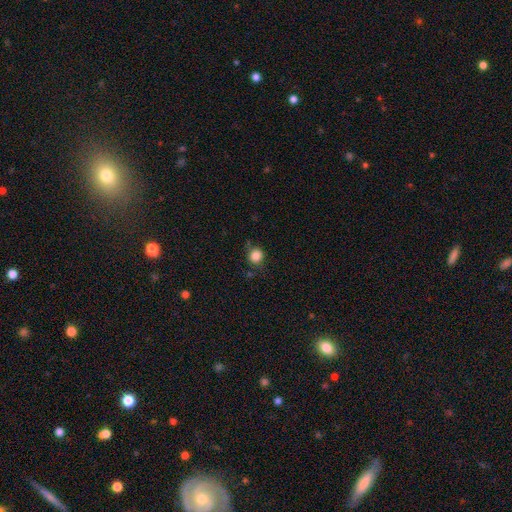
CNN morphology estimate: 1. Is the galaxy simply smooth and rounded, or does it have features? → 85% smooth, 10% star or artifact, 4% featured or disk.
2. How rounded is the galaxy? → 86% round, 14% in between, 1% cigar-shaped.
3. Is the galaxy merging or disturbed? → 76% none, 17% minor disturbance, 4% major disturbance, 3% merger.